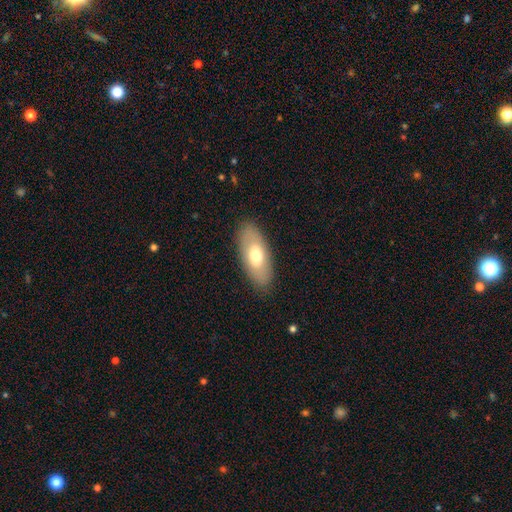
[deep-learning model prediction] Smooth or featured: smooth — 66% (featured or disk — 28%)
How rounded: in between — 84% (cigar-shaped — 14%)
Merging: none — 86% (minor disturbance — 10%)